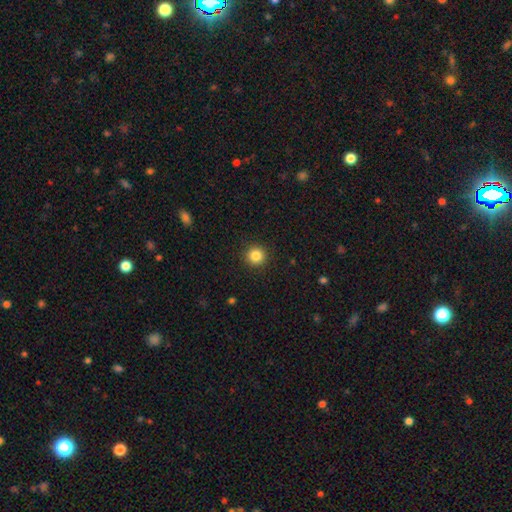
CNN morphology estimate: Smooth or featured: smooth — 84% (star or artifact — 11%)
How rounded: round — 95% (in between — 4%)
Merging: none — 92% (minor disturbance — 5%)